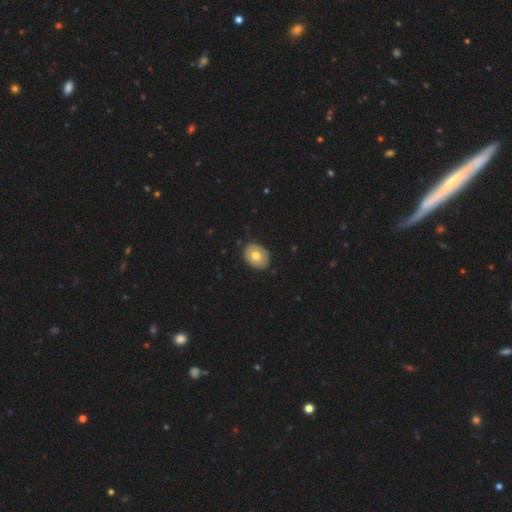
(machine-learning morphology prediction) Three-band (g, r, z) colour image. It shows a smooth galaxy with no disk features (70%) that is in between round and cigar-shaped (70%). Merging: none (84%).